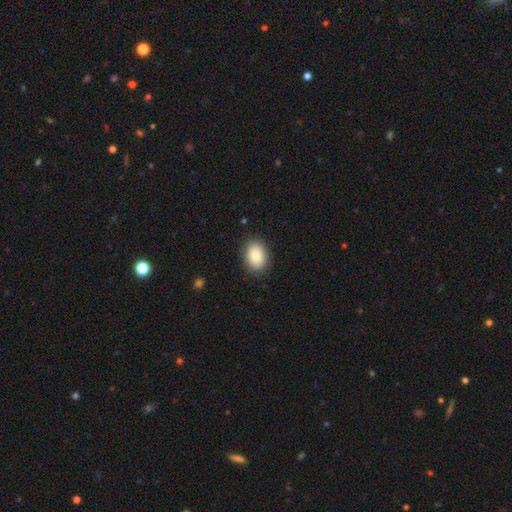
smooth 89%, star or artifact 8%, featured or disk 3%. Down the decision tree: how rounded — in between (79%); merging — none (97%).